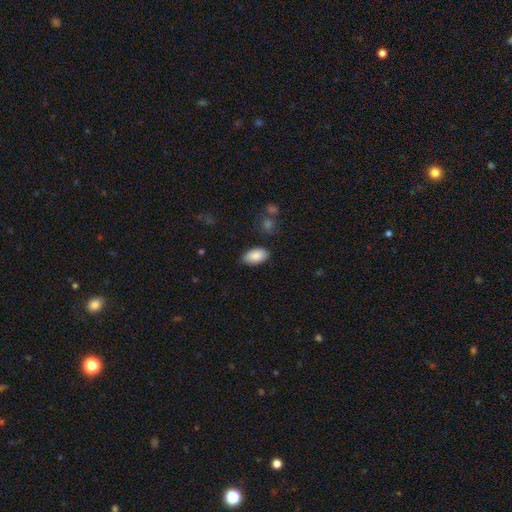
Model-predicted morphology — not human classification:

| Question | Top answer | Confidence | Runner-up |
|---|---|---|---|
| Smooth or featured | smooth | 87% | featured or disk (7%) |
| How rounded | in between | 95% | round (4%) |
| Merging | none | 81% | minor disturbance (14%) |